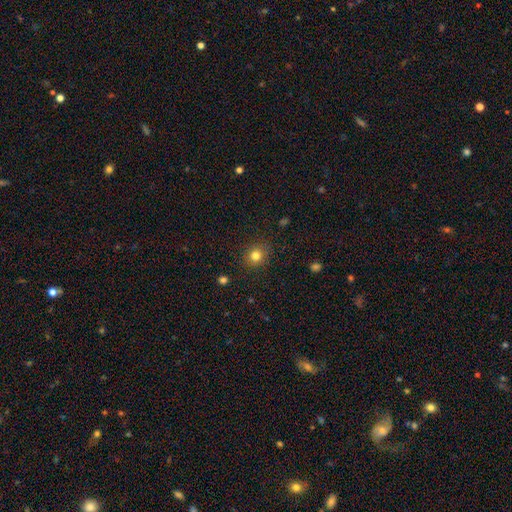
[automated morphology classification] Overall: smooth (80%). How rounded: round (82%). Merging: none (88%).